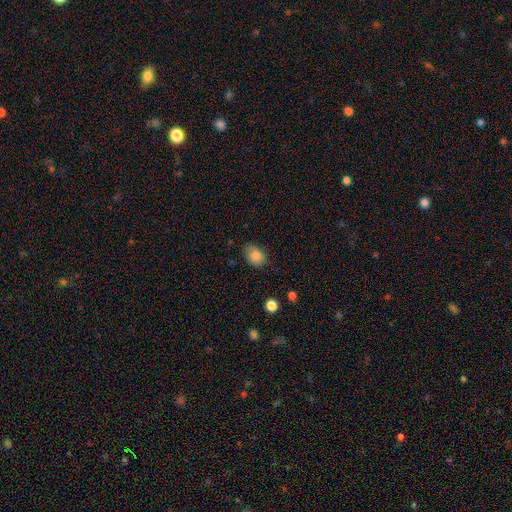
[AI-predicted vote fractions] smooth-or-featured: smooth: 83% | star or artifact: 9% | featured or disk: 8%
  how-rounded: in between: 73% | round: 26% | cigar-shaped: 1%
  merging: none: 72% | minor disturbance: 22% | major disturbance: 4% | merger: 1%